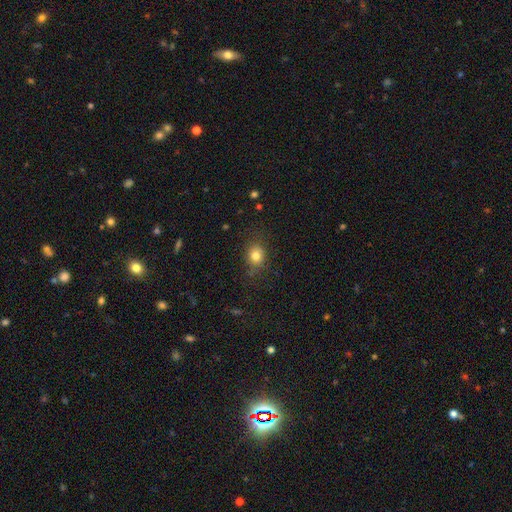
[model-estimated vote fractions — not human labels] A smooth galaxy with no disk features (80%) that is round (60%). Merging: none (77%).